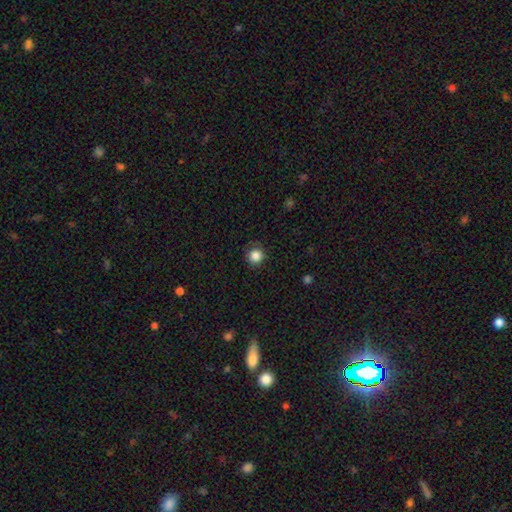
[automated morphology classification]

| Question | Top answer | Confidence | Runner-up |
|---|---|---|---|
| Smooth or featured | smooth | 85% | star or artifact (11%) |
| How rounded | round | 93% | in between (6%) |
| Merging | none | 87% | minor disturbance (9%) |